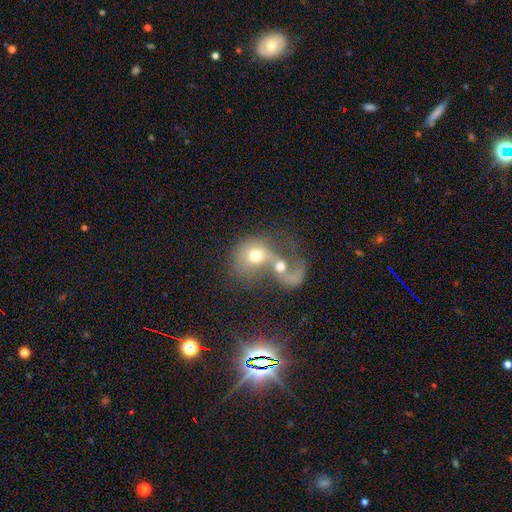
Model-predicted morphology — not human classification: Smooth or featured? smooth (54%)
How rounded? round (66%)
Merging? merger (76%)